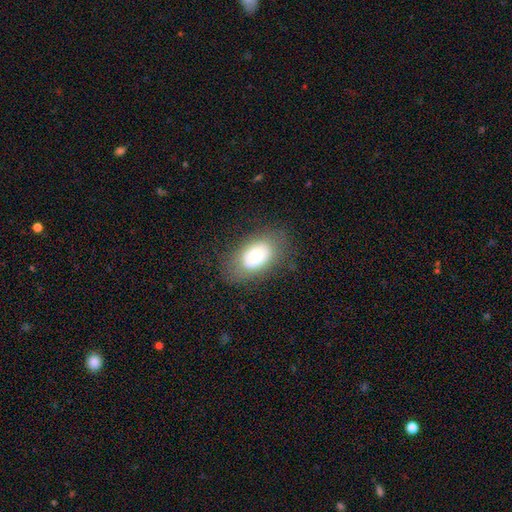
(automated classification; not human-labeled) A smooth galaxy with no disk features (65%) that is in between round and cigar-shaped (85%). Merging: none (73%).